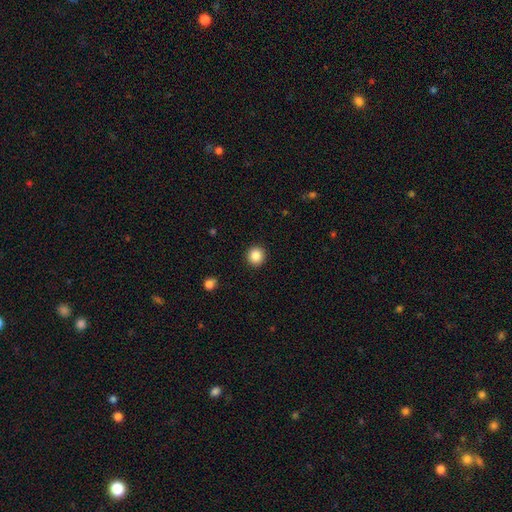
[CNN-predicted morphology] This appears to be a smooth galaxy with no disk features (86%) that is round (93%). Merging: none (93%).